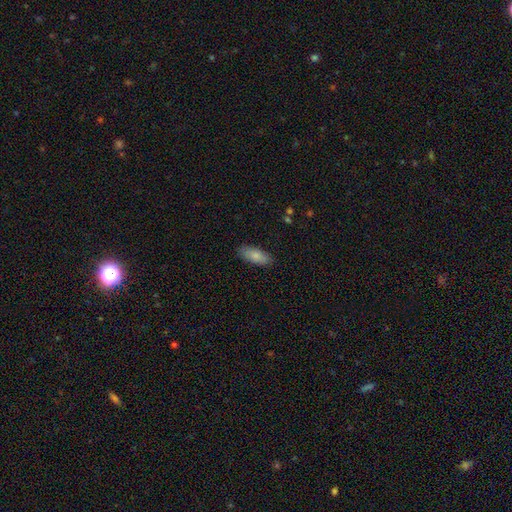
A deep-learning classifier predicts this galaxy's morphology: This is clearly a smooth galaxy (83%). How rounded: likely in between (79%). Merging: clearly none (87%).